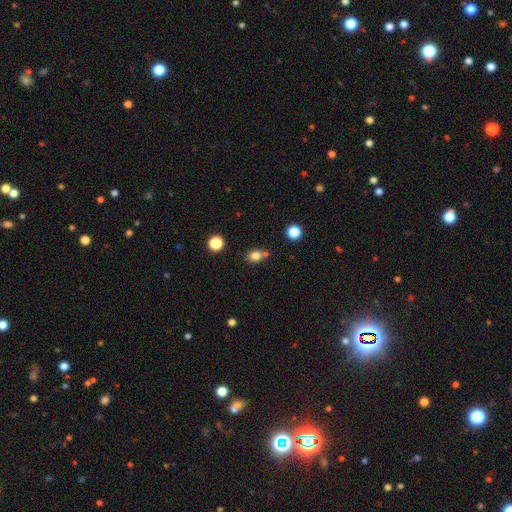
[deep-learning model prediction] Morphology: type=smooth (80%); roundness=round (53%); merging=none (61%).